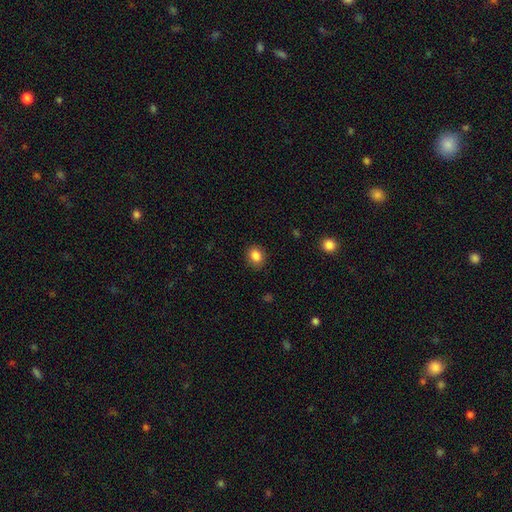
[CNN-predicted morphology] A smooth galaxy with no disk features (86%) that is round (58%). Merging: none (87%).